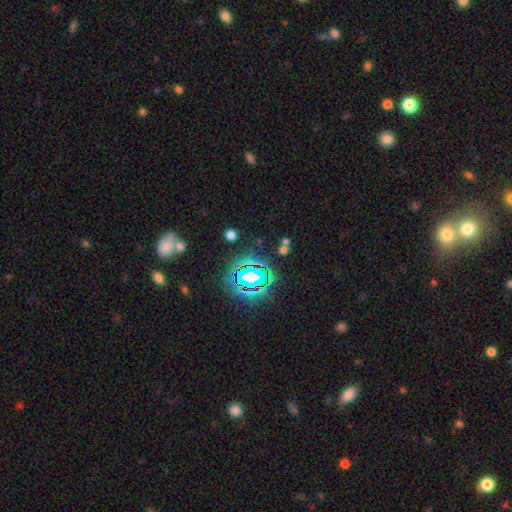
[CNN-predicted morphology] This appears to be a star or artifact, not a galaxy (77%).